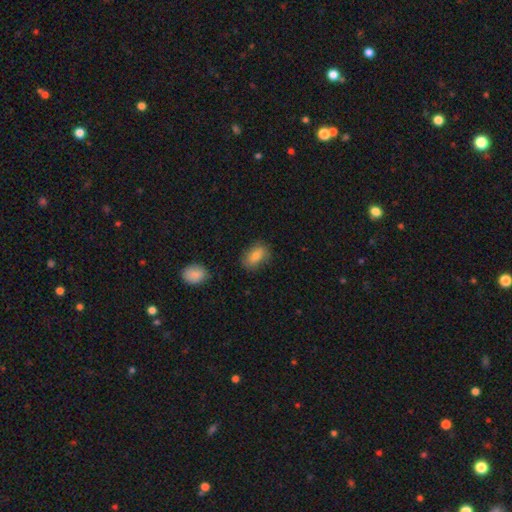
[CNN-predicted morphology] smooth 77%, featured or disk 14%, star or artifact 8%. Down the decision tree: how rounded — in between (84%); merging — none (78%).